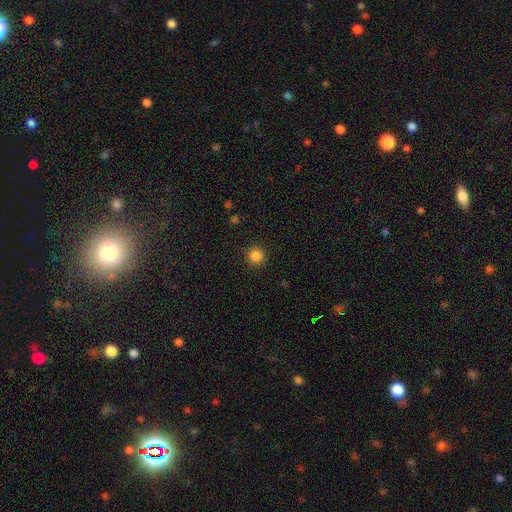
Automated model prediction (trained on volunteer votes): Q: Smooth or featured?
A: smooth (85%); runner-up: star or artifact (12%)
Q: How rounded?
A: round (95%); runner-up: in between (4%)
Q: Merging?
A: none (91%); runner-up: minor disturbance (6%)